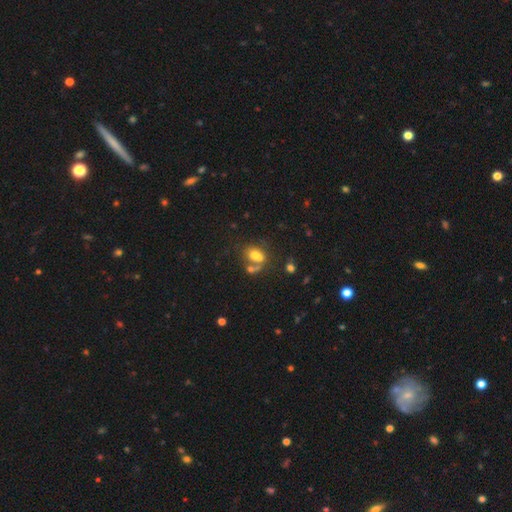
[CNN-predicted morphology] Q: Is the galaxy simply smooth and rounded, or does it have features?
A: smooth — 71%.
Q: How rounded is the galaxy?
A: in between — 78%.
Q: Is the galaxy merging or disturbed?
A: merger — 39%.